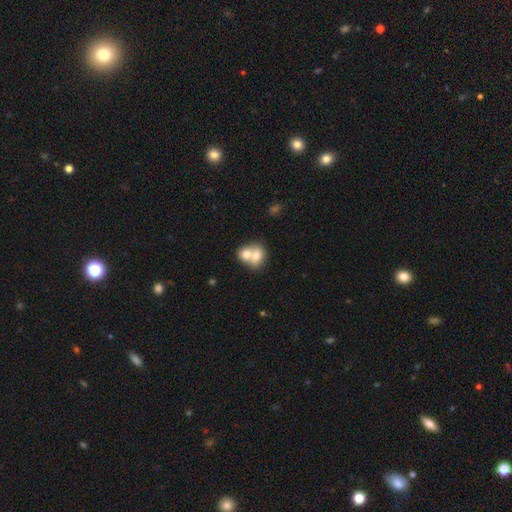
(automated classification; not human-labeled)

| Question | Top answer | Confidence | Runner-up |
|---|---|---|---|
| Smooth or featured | smooth | 69% | featured or disk (23%) |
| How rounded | round | 54% | in between (45%) |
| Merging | merger | 72% | none (20%) |